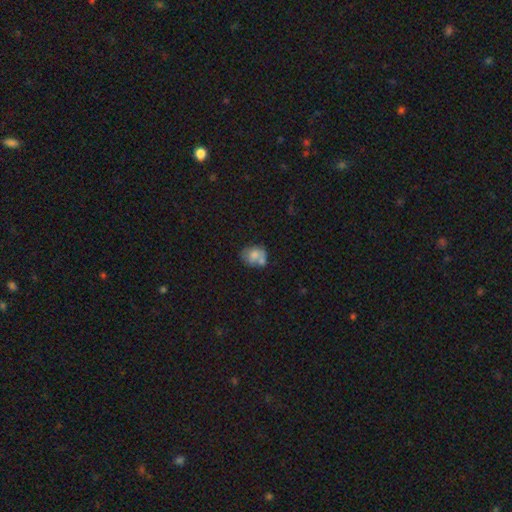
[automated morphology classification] Smooth or featured: smooth — 66% (featured or disk — 25%)
How rounded: round — 55% (in between — 44%)
Merging: none — 38% (merger — 34%)